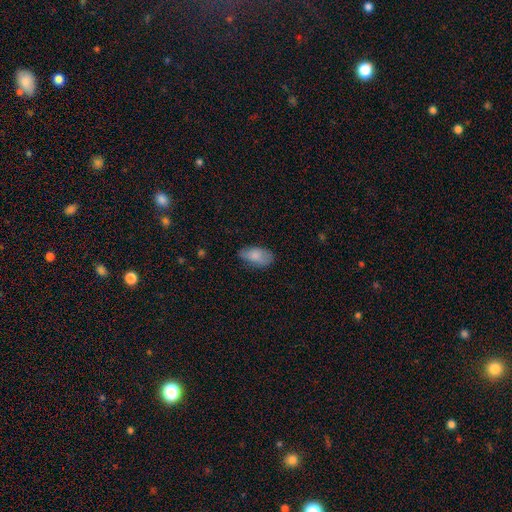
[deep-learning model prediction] A smooth galaxy with no disk features (80%) that is in between round and cigar-shaped (93%).

Vote fractions:
- Smooth or featured? smooth: 80% / featured or disk: 13% / star or artifact: 7%
- How rounded? in between: 93% / cigar-shaped: 4% / round: 3%
- Merging? none: 67% / minor disturbance: 26% / major disturbance: 6% / merger: 1%